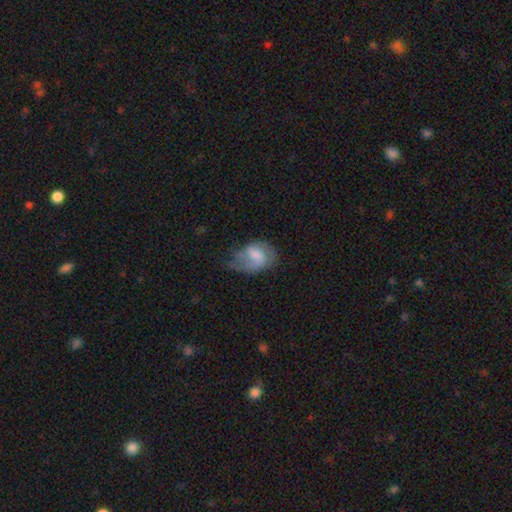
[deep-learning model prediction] Smooth or featured? smooth (51%)
How rounded? in between (73%)
Merging? major disturbance (35%)